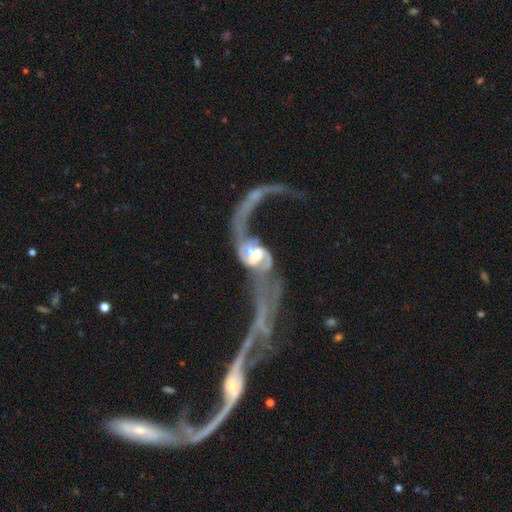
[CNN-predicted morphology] Smooth or featured? featured or disk (82%)
Edge-on disk? no (94%)
Bar? no (38%)
Spiral arms? yes (82%)
Spiral winding? loose (87%)
Spiral arm count? 2 (85%)
Bulge size? moderate (53%)
Merging? merger (58%)